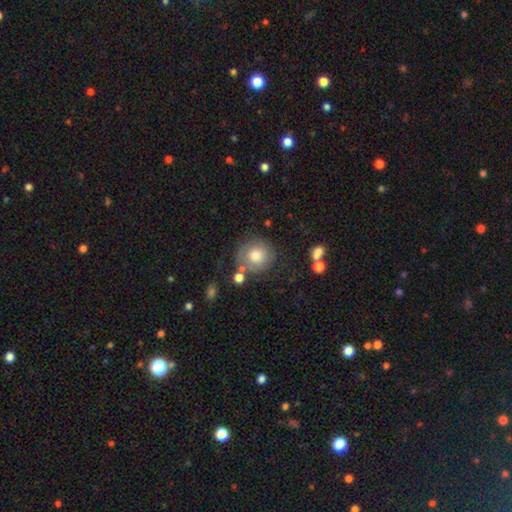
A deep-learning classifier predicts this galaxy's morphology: smooth 65%, featured or disk 26%, star or artifact 9%. Down the decision tree: how rounded — round (91%); merging — none (66%).